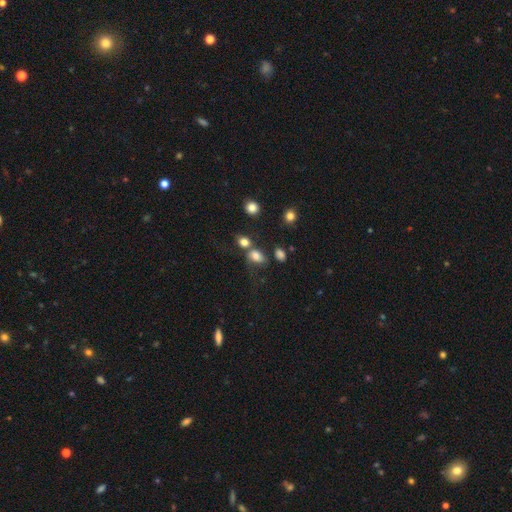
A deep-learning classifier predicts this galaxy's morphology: smooth_or_featured: smooth (p=0.76) [alt: star or artifact p=0.12]
how_rounded: in between (p=0.65) [alt: round p=0.33]
merging: none (p=0.35) [alt: merger p=0.33]